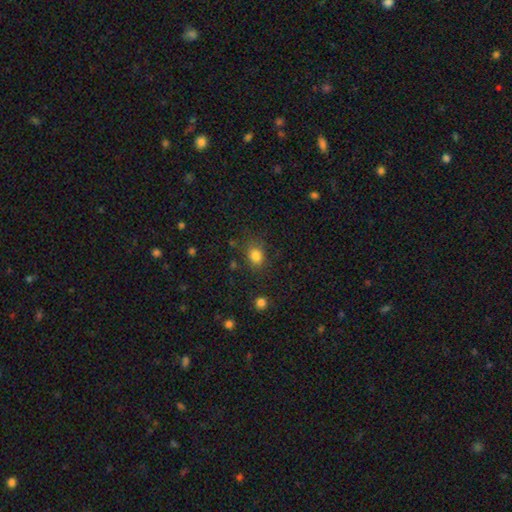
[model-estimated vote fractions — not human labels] The model was most divided on "how rounded": round: 53%, in between: 46%, cigar-shaped: 1%. More confident: smooth or featured — smooth (83%); merging — none (78%).